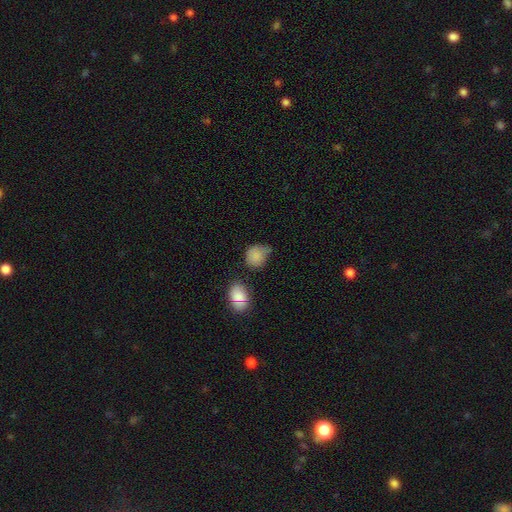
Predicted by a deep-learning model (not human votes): smooth 82%, star or artifact 11%, featured or disk 7%. Down the decision tree: how rounded — round (68%); merging — none (45%).